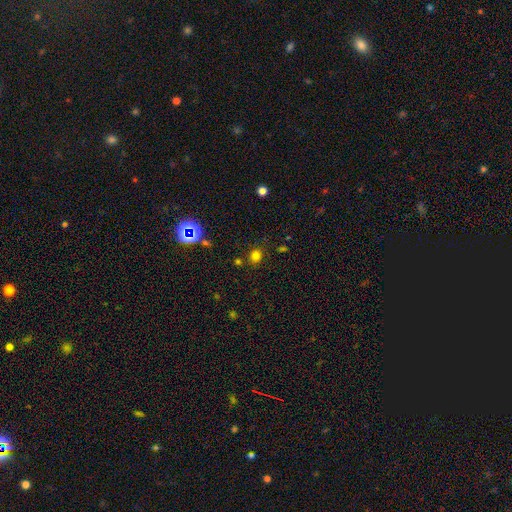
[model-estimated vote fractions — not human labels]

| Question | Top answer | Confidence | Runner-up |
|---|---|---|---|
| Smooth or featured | smooth | 72% | star or artifact (22%) |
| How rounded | round | 80% | in between (19%) |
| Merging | none | 84% | minor disturbance (9%) |